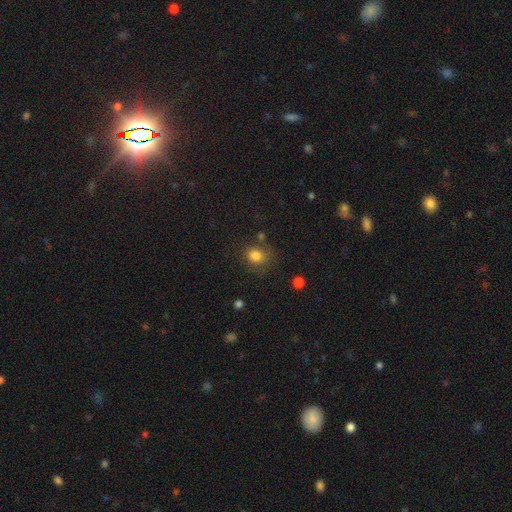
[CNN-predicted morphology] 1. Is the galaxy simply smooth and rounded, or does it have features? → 82% smooth, 12% star or artifact, 7% featured or disk.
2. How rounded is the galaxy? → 70% round, 30% in between, 1% cigar-shaped.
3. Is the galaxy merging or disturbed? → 70% none, 18% minor disturbance, 7% major disturbance, 5% merger.